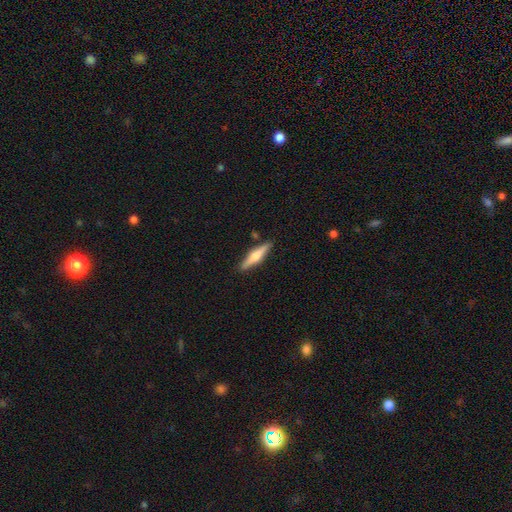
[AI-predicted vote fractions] This appears to be a featured or disk galaxy (49%). Merging: none (88%).